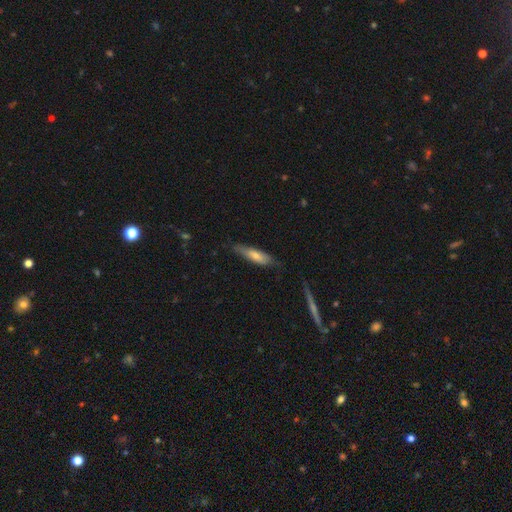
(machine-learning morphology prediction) Smooth or featured: smooth — 65% (featured or disk — 29%)
How rounded: cigar-shaped — 69% (in between — 30%)
Merging: none — 70% (minor disturbance — 23%)